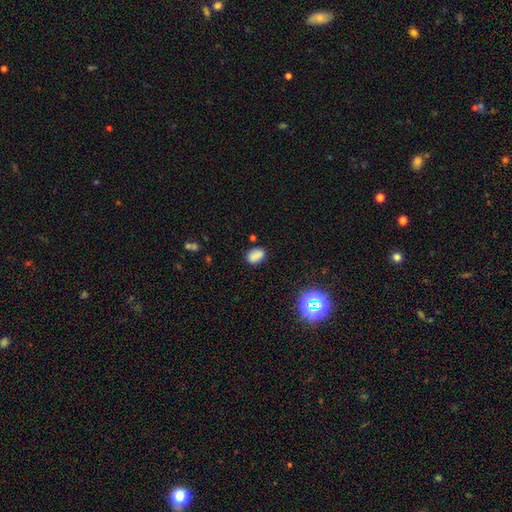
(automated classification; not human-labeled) Smooth or featured?
  - smooth: 80% *
  - star or artifact: 14%
  - featured or disk: 6%
How rounded?
  - in between: 79% *
  - round: 20%
  - cigar-shaped: 1%
Merging?
  - none: 78% *
  - minor disturbance: 15%
  - major disturbance: 3%
  - merger: 3%